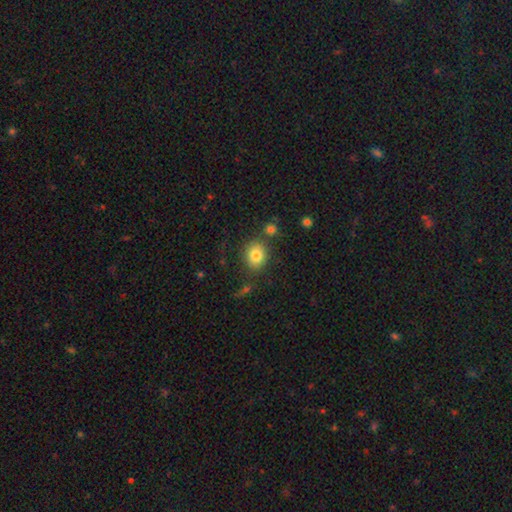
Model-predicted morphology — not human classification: Smooth or featured? smooth (82%)
How rounded? round (57%)
Merging? none (76%)